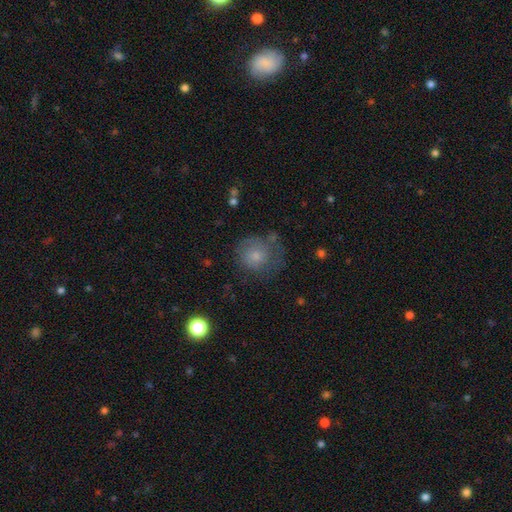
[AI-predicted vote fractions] Q: Smooth or featured?
A: smooth (72%); runner-up: featured or disk (18%)
Q: How rounded?
A: round (85%); runner-up: in between (14%)
Q: Merging?
A: none (54%); runner-up: minor disturbance (24%)